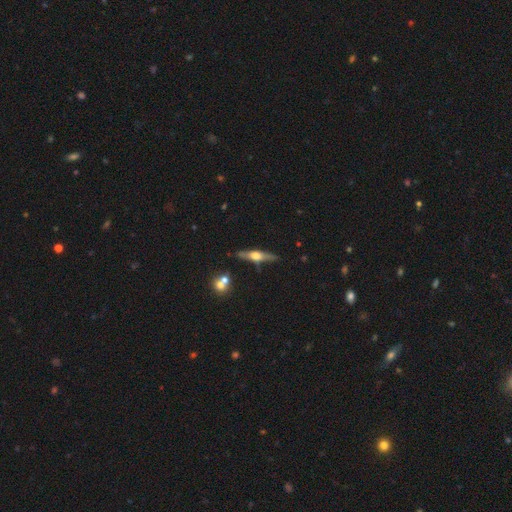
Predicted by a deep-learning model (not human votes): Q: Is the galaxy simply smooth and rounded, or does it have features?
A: featured or disk — 67%.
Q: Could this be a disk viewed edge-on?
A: yes — 95%.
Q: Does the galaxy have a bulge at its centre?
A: rounded — 91%.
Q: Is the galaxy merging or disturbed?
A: none — 82%.